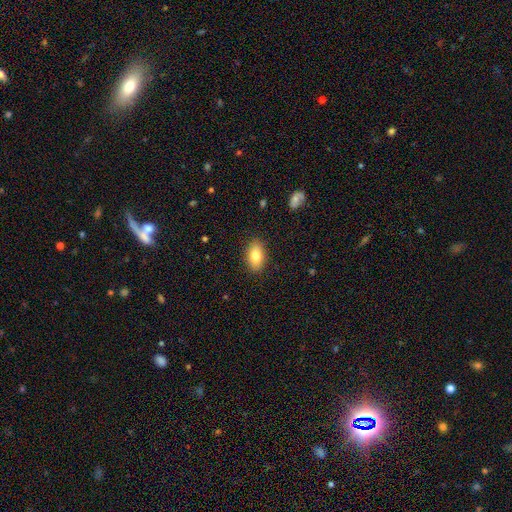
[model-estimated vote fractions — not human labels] smooth_or_featured: smooth (p=0.81) [alt: featured or disk p=0.11]
how_rounded: in between (p=0.91) [alt: round p=0.06]
merging: none (p=0.88) [alt: minor disturbance p=0.09]